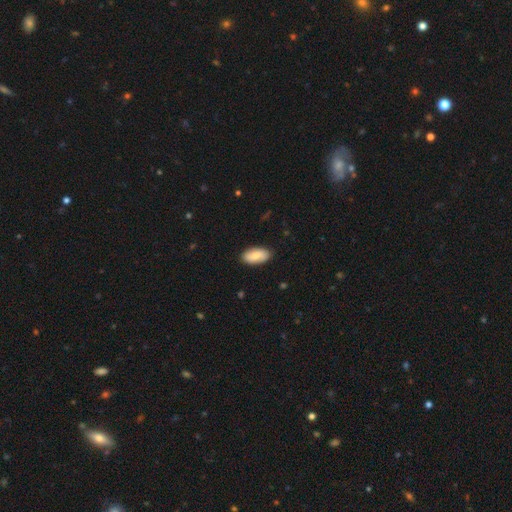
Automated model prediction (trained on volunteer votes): This is likely a smooth galaxy (77%). How rounded: clearly in between (93%). Merging: clearly none (87%).